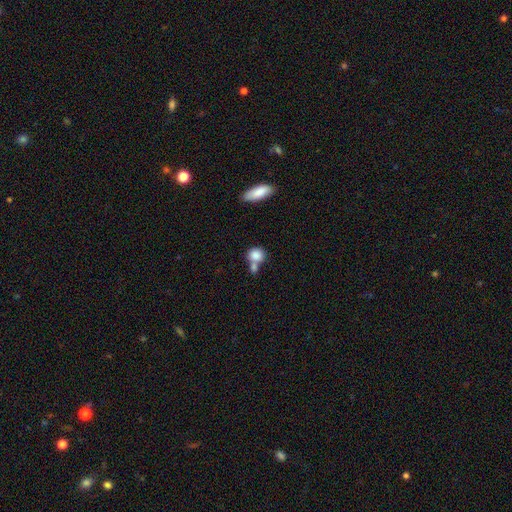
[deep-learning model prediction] smooth-or-featured: smooth: 84% | featured or disk: 8% | star or artifact: 8%
  how-rounded: round: 70% | in between: 28% | cigar-shaped: 2%
  merging: merger: 45% | none: 41% | minor disturbance: 10% | major disturbance: 4%